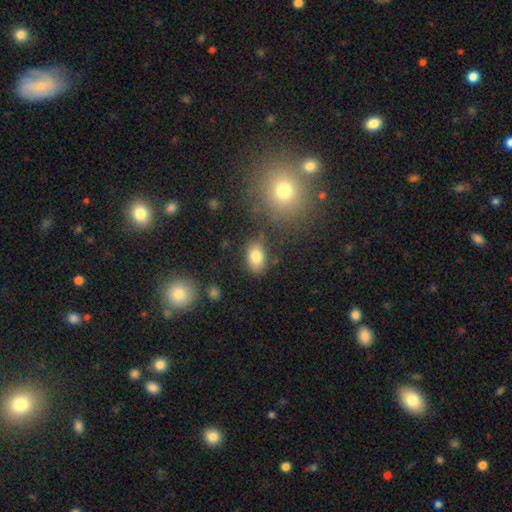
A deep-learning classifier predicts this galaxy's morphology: type=smooth (83%); roundness=in between (87%); merging=none (79%).